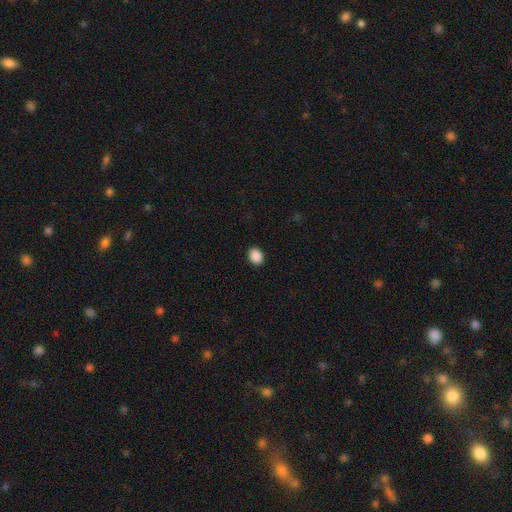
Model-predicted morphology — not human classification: type=smooth (90%); roundness=in between (56%); merging=none (91%).